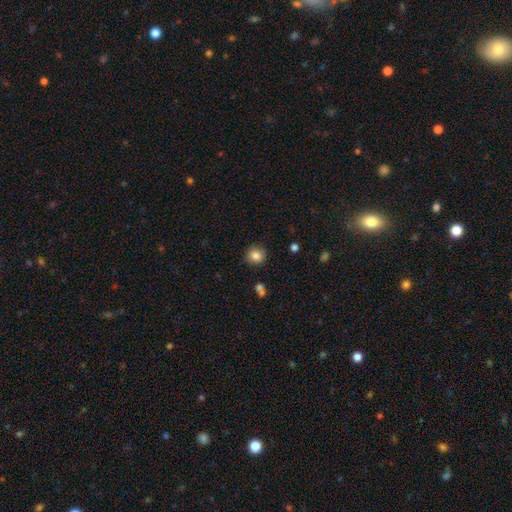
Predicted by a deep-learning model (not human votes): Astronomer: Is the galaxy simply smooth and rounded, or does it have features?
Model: smooth — 84%.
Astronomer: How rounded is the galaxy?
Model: round — 87%.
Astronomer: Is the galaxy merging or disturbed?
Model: none — 84%.